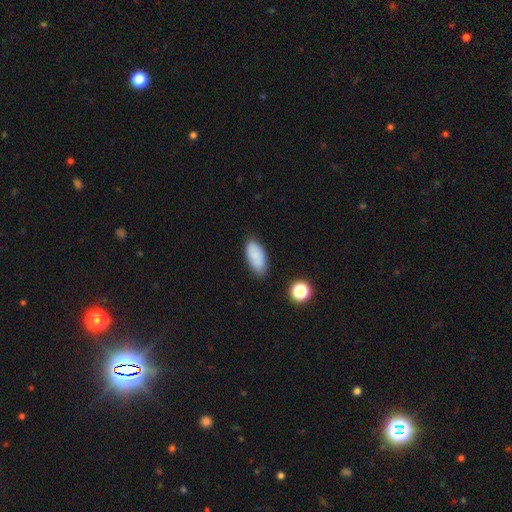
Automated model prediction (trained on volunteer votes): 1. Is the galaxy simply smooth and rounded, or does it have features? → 85% smooth, 8% star or artifact, 7% featured or disk.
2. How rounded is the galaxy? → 91% in between, 7% cigar-shaped, 3% round.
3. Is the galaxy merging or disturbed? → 80% none, 15% minor disturbance, 3% major disturbance, 2% merger.